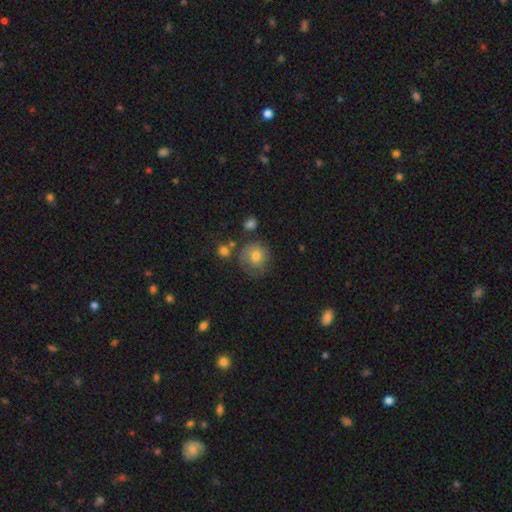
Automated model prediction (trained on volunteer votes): Overall: smooth (75%). How rounded: round (85%). Merging: none (61%; minor disturbance 23%).